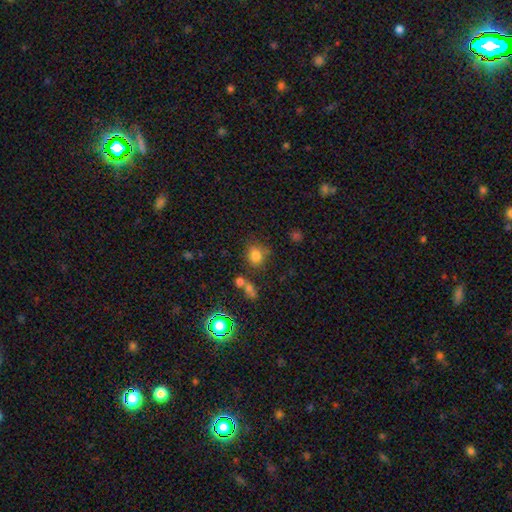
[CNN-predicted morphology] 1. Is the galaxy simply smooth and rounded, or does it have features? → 76% smooth, 16% star or artifact, 8% featured or disk.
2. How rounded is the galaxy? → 73% round, 26% in between, 1% cigar-shaped.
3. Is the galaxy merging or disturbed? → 71% none, 14% minor disturbance, 10% merger, 5% major disturbance.